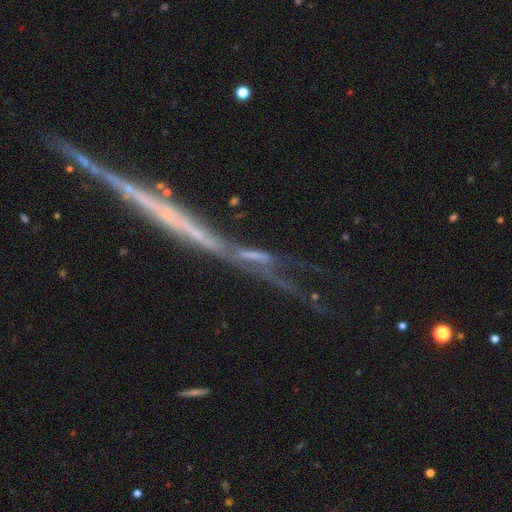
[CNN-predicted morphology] Overall: featured or disk (53%; smooth 30%). Edge-on disk: no (54%; yes 46%). Merging: merger (37%; major disturbance 26%).